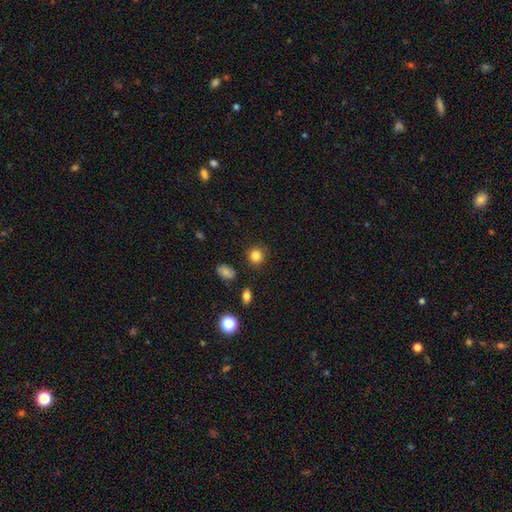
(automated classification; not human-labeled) A smooth galaxy with no disk features (84%) that is round (88%). Merging: none (86%).